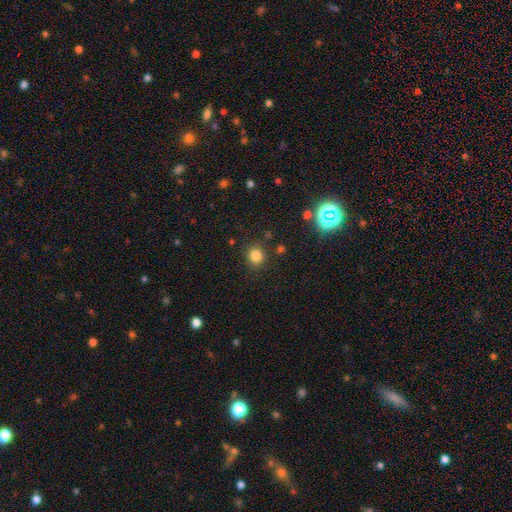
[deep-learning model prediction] Smooth or featured: smooth — 81% (star or artifact — 14%)
How rounded: round — 84% (in between — 15%)
Merging: none — 86% (minor disturbance — 8%)